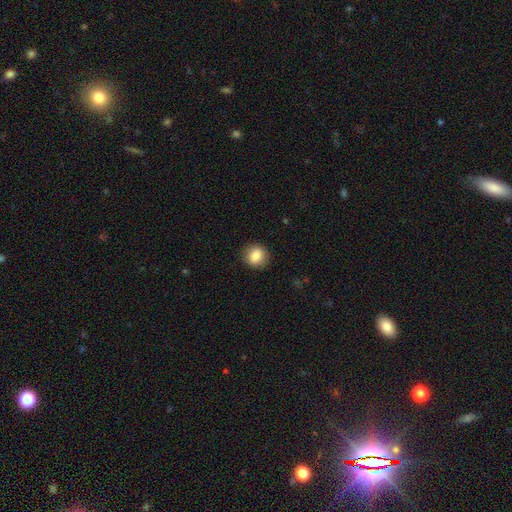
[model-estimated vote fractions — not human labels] Smooth or featured: smooth — 85% (star or artifact — 9%)
How rounded: round — 84% (in between — 15%)
Merging: none — 89% (minor disturbance — 8%)